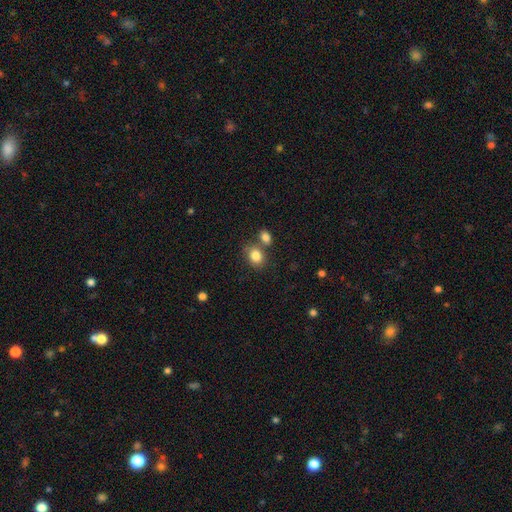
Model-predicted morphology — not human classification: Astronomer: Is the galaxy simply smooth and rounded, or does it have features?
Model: smooth — 84%.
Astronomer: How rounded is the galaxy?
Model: in between — 52% (runner-up: round, 47%).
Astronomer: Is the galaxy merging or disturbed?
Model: none — 60%.